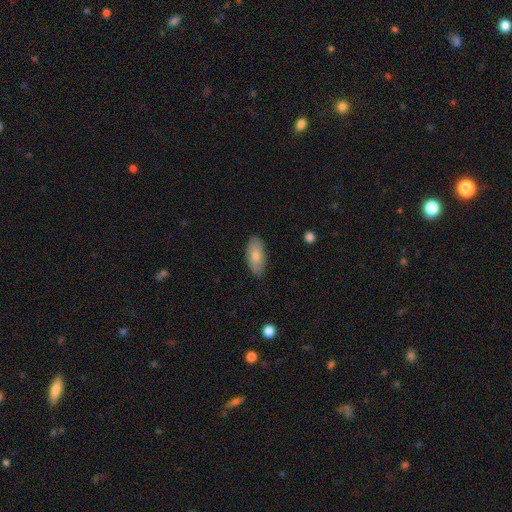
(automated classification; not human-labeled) Morphology: type=smooth (80%); roundness=in between (90%); merging=none (83%).